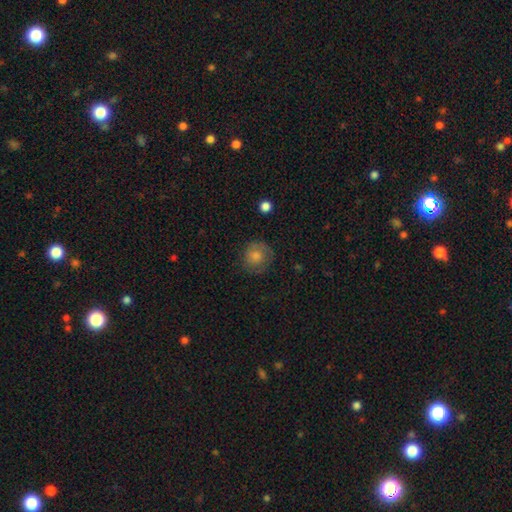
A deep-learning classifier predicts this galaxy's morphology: smooth 76%, featured or disk 15%, star or artifact 9%. Down the decision tree: how rounded — round (89%); merging — none (75%).